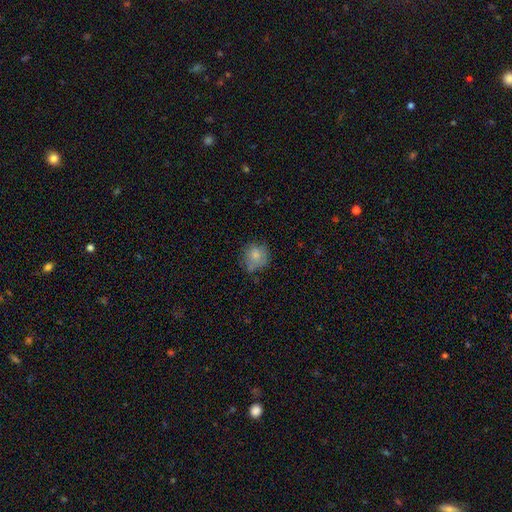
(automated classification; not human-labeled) Smooth or featured: smooth — 79% (featured or disk — 12%)
How rounded: round — 86% (in between — 13%)
Merging: none — 65% (minor disturbance — 24%)